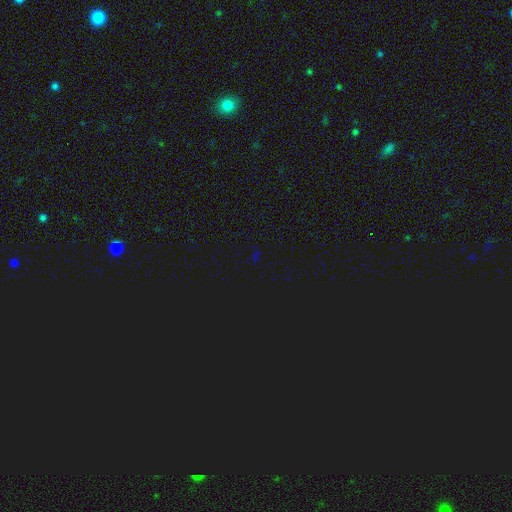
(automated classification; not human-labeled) Morphology: type=star or artifact (78%).